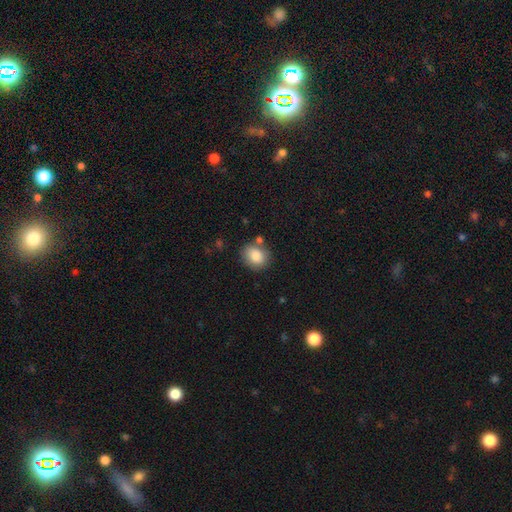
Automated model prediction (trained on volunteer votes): The model was most divided on "how rounded": round: 54%, in between: 45%, cigar-shaped: 1%. More confident: smooth or featured — smooth (86%); merging — none (73%).